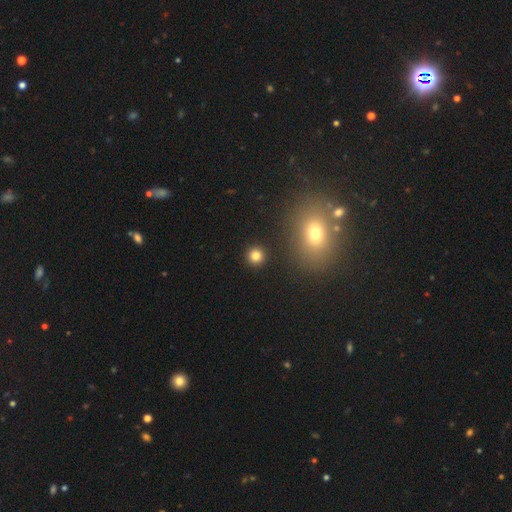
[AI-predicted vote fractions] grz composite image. It shows a smooth galaxy with no disk features (82%) that is round (94%). Merging: none (91%).